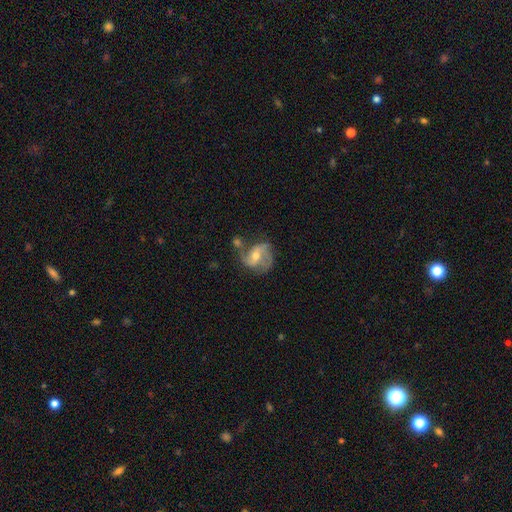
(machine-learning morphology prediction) Smooth or featured? Predicted: featured or disk (p=0.73). Edge-on disk? Predicted: no (p=0.98). Bar? Predicted: weak (p=0.46). Spiral arms? Predicted: yes (p=0.88). Spiral winding? Predicted: medium (p=0.47). Spiral arm count? Predicted: 2 (p=0.58). Bulge size? Predicted: moderate (p=0.58). Merging? Predicted: none (p=0.47).